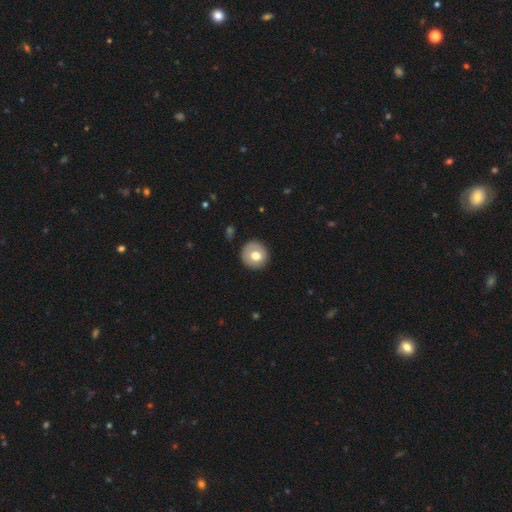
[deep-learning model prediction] Smooth or featured? Predicted: smooth (p=0.68). How rounded? Predicted: round (p=0.93). Merging? Predicted: none (p=0.86).